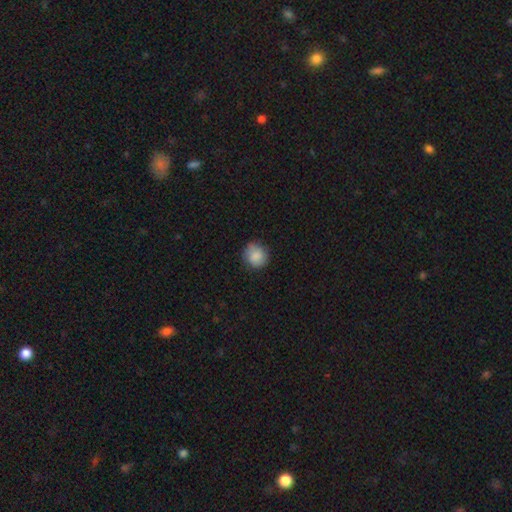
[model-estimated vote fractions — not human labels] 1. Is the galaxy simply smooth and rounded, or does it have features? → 85% smooth, 8% star or artifact, 7% featured or disk.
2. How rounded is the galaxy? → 87% round, 12% in between, 1% cigar-shaped.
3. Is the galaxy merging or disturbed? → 78% none, 17% minor disturbance, 4% major disturbance, 1% merger.